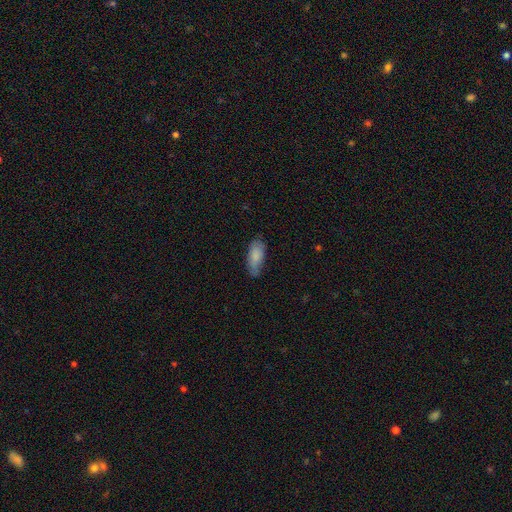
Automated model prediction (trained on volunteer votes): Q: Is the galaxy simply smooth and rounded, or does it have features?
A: smooth — 82%.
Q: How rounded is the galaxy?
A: in between — 85%.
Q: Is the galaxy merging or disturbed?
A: none — 60%.